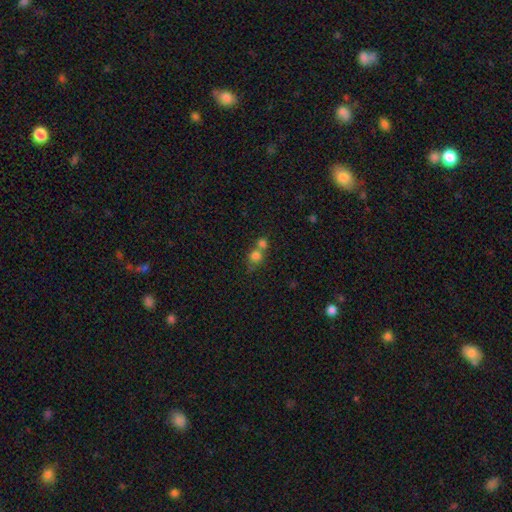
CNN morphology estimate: smooth-or-featured: smooth: 77% | star or artifact: 13% | featured or disk: 10%
  how-rounded: round: 83% | in between: 16% | cigar-shaped: 1%
  merging: merger: 51% | none: 39% | minor disturbance: 7% | major disturbance: 3%